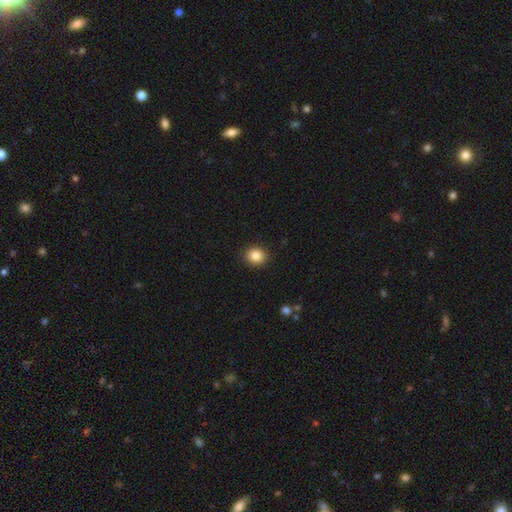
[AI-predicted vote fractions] smooth-or-featured: smooth: 85% | star or artifact: 10% | featured or disk: 5%
  how-rounded: round: 76% | in between: 23% | cigar-shaped: 1%
  merging: none: 91% | minor disturbance: 6% | major disturbance: 2% | merger: 1%